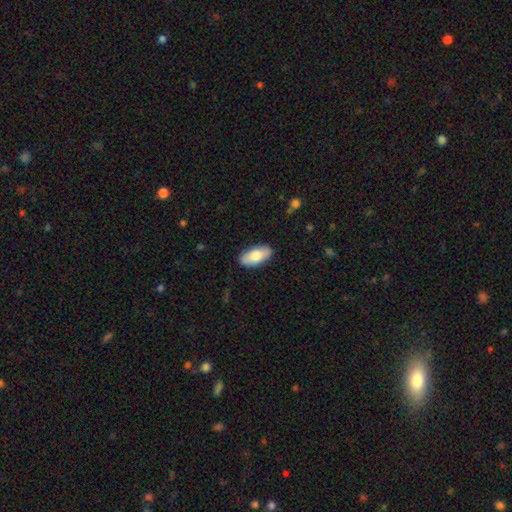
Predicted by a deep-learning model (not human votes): Smooth or featured? Predicted: smooth (p=0.76). How rounded? Predicted: in between (p=0.92). Merging? Predicted: none (p=0.87).